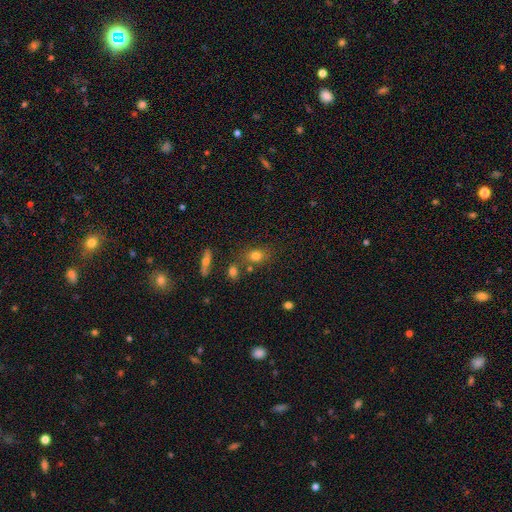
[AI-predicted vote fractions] Smooth or featured: smooth — 76% (star or artifact — 12%)
How rounded: in between — 56% (round — 41%)
Merging: none — 68% (minor disturbance — 14%)